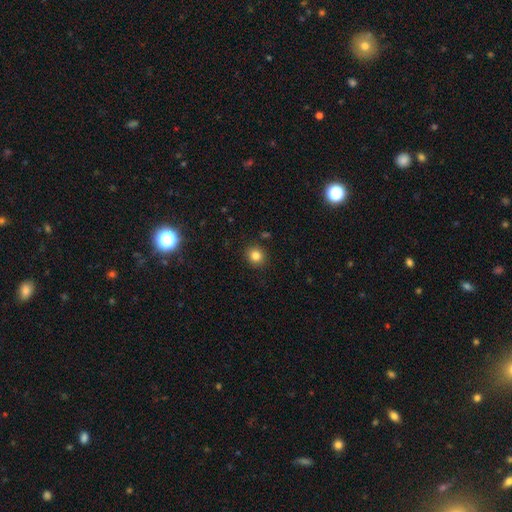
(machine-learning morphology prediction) Smooth or featured: smooth — 83% (star or artifact — 11%)
How rounded: round — 83% (in between — 16%)
Merging: none — 89% (minor disturbance — 7%)